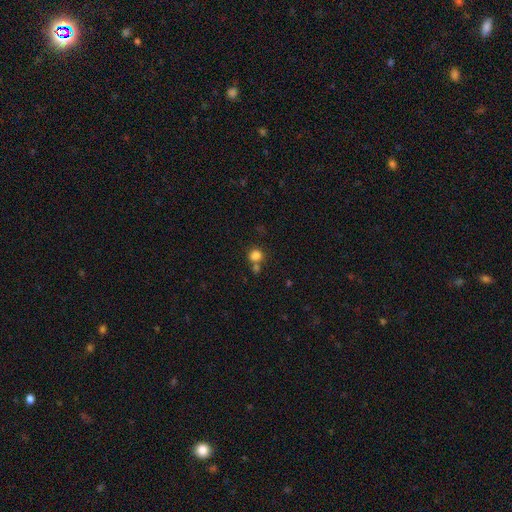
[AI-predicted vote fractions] This is clearly a smooth galaxy (82%). How rounded: clearly round (85%). Merging: possibly none (58%).